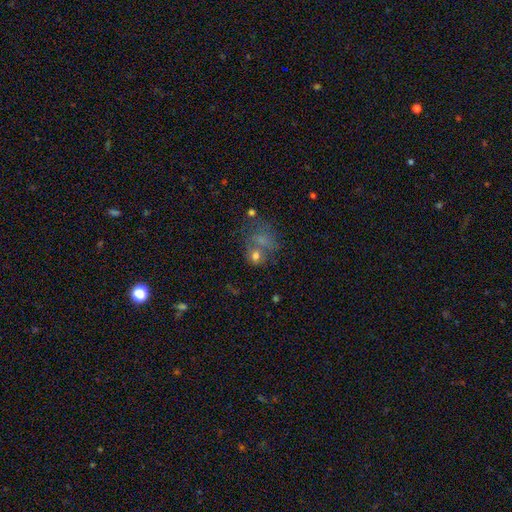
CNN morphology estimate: This is likely a smooth galaxy (61%). How rounded: possibly round (50%). Merging: marginally merger (37%).